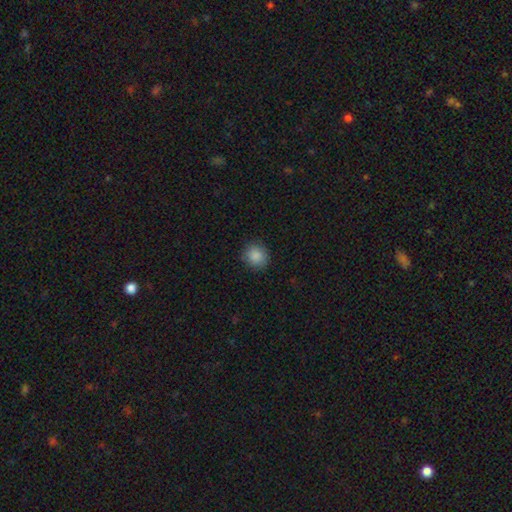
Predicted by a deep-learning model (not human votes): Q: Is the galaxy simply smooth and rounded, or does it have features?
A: smooth — 88%.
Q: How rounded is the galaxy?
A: round — 85%.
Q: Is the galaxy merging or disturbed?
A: none — 89%.